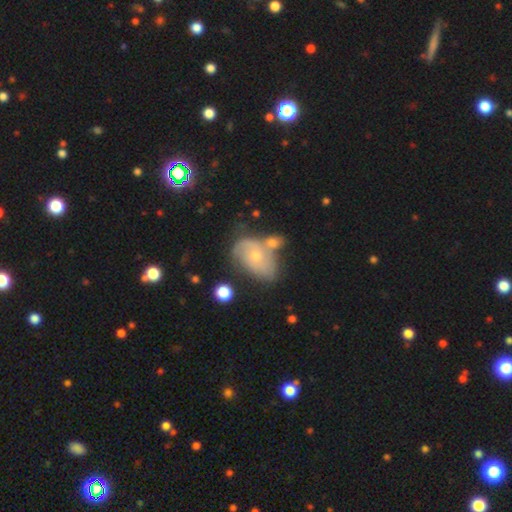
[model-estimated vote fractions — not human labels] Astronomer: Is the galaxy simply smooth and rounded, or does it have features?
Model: featured or disk — 57% (runner-up: smooth, 33%).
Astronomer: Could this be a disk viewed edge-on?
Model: no — 94%.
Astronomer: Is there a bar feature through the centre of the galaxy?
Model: no — 80%.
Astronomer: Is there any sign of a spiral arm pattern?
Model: yes — 68%.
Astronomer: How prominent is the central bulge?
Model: small — 55% (runner-up: moderate, 41%).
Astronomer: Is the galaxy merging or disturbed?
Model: none — 41% (runner-up: merger, 27%).